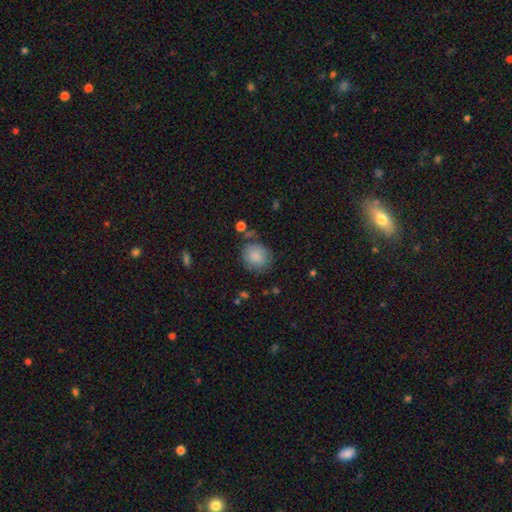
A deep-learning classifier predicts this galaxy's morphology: smooth_or_featured: smooth (p=0.85) [alt: star or artifact p=0.08]
how_rounded: round (p=0.73) [alt: in between p=0.26]
merging: none (p=0.72) [alt: minor disturbance p=0.18]